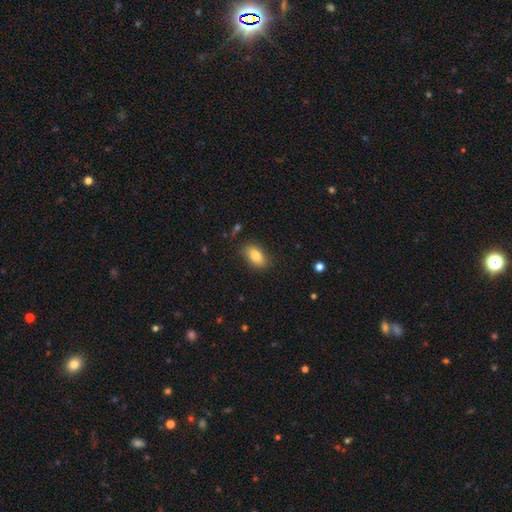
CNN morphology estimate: This appears to be a smooth galaxy with no disk features (81%) that is in between round and cigar-shaped (87%). Merging: none (83%).